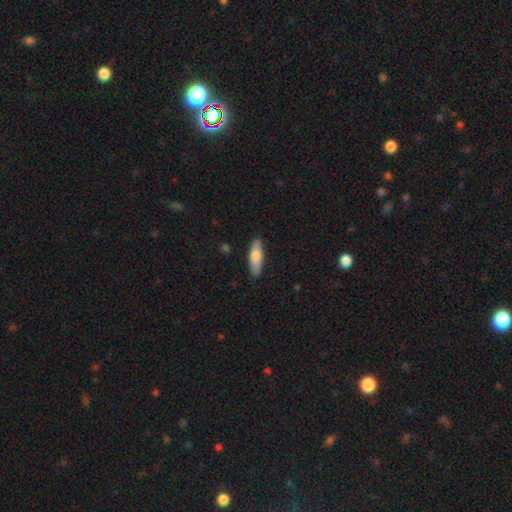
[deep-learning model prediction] Q: Smooth or featured?
A: smooth (74%); runner-up: featured or disk (21%)
Q: How rounded?
A: cigar-shaped (52%); runner-up: in between (46%)
Q: Merging?
A: none (87%); runner-up: minor disturbance (10%)